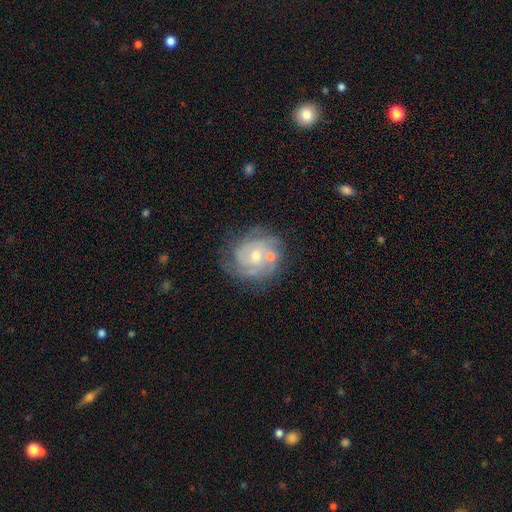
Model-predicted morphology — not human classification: Smooth or featured? Predicted: featured or disk (p=0.79). Edge-on disk? Predicted: no (p=0.98). Bar? Predicted: no (p=0.72). Spiral arms? Predicted: yes (p=0.91). Spiral winding? Predicted: tight (p=0.65). Spiral arm count? Predicted: can't tell (p=0.34). Bulge size? Predicted: small (p=0.51). Merging? Predicted: none (p=0.64).